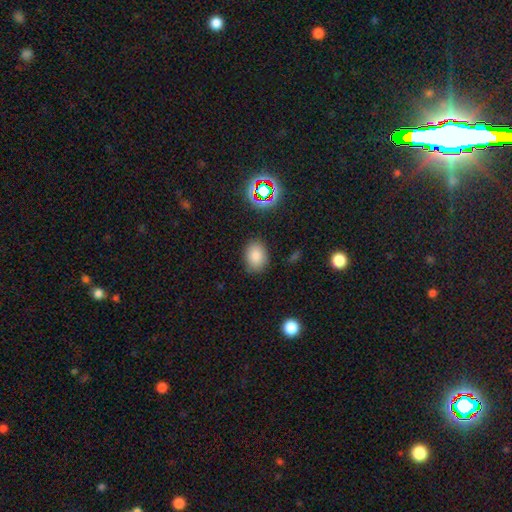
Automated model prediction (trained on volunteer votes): A smooth galaxy with no disk features (81%) that is in between round and cigar-shaped (68%).

Vote fractions:
- Smooth or featured? smooth: 81% / star or artifact: 12% / featured or disk: 7%
- How rounded? in between: 68% / round: 31% / cigar-shaped: 1%
- Merging? none: 82% / minor disturbance: 13% / major disturbance: 3% / merger: 2%